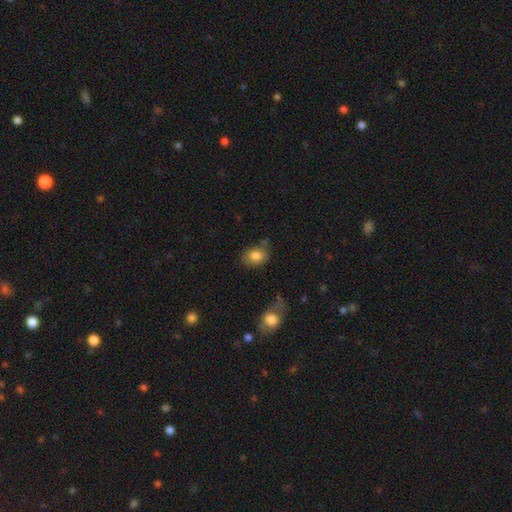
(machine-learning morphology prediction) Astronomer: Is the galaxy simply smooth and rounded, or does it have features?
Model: smooth — 81%.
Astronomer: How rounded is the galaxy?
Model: in between — 65%.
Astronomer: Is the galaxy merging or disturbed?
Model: none — 68%.